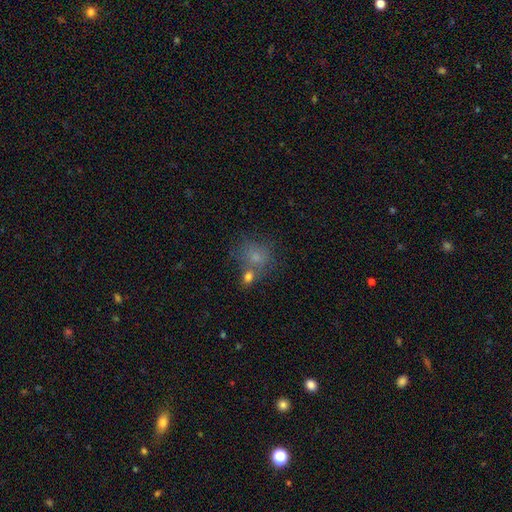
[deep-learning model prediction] smooth-or-featured: smooth: 66% | star or artifact: 19% | featured or disk: 15%
  how-rounded: round: 69% | in between: 29% | cigar-shaped: 1%
  merging: none: 53% | merger: 23% | minor disturbance: 15% | major disturbance: 8%